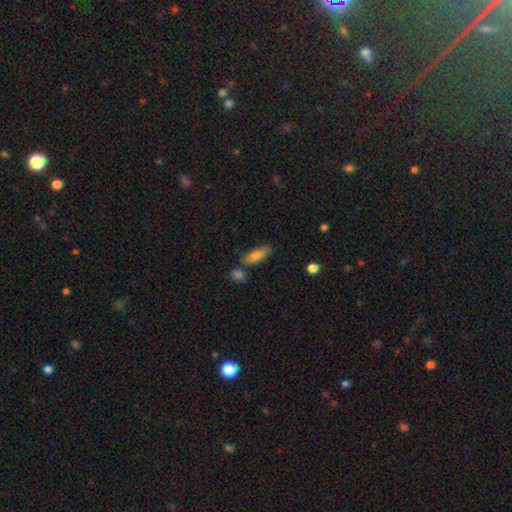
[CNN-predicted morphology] smooth_or_featured: smooth (p=0.78) [alt: featured or disk p=0.15]
how_rounded: in between (p=0.68) [alt: cigar-shaped p=0.29]
merging: none (p=0.69) [alt: minor disturbance p=0.17]